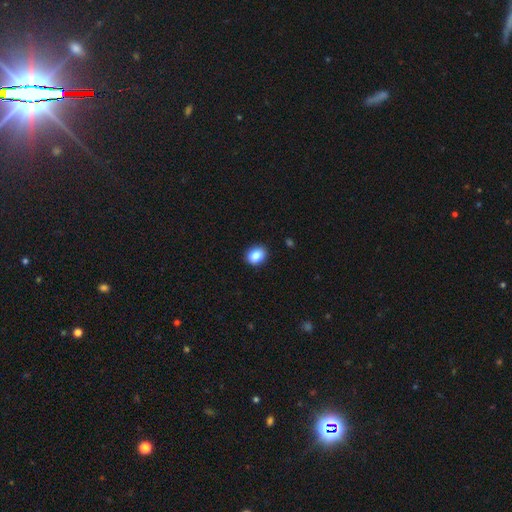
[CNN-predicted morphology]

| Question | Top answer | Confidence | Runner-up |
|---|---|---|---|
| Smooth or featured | smooth | 87% | star or artifact (9%) |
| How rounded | in between | 50% | round (49%) |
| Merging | none | 90% | minor disturbance (7%) |